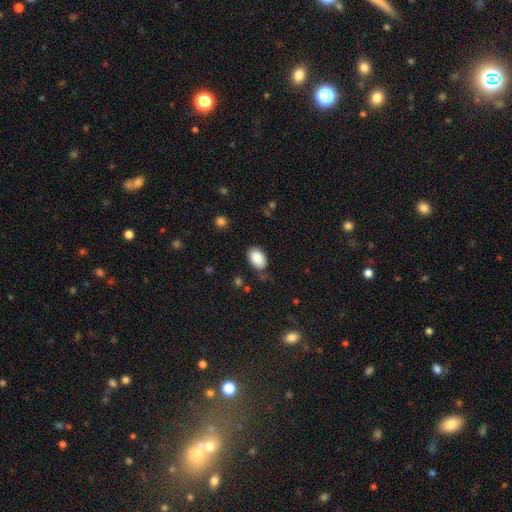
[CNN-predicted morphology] This is clearly a smooth galaxy (89%). How rounded: clearly in between (87%). Merging: likely none (74%).